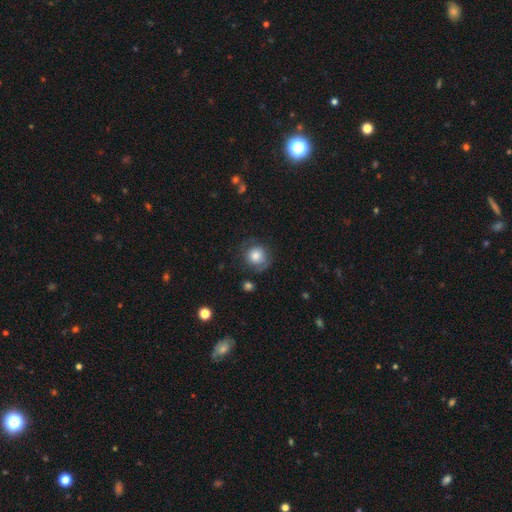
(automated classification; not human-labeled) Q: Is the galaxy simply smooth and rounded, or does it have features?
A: smooth — 66%.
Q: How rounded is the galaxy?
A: round — 86%.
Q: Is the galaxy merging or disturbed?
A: none — 66%.